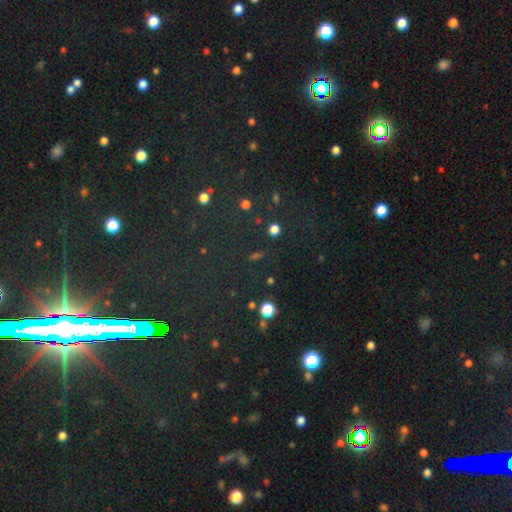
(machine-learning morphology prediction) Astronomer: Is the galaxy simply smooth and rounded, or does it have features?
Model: star or artifact — 71%.